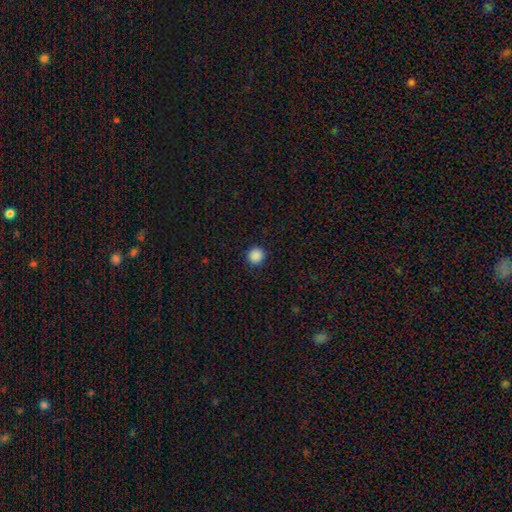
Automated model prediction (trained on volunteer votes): smooth_or_featured: smooth (p=0.88) [alt: star or artifact p=0.10]
how_rounded: round (p=0.95) [alt: in between p=0.04]
merging: none (p=0.91) [alt: minor disturbance p=0.06]